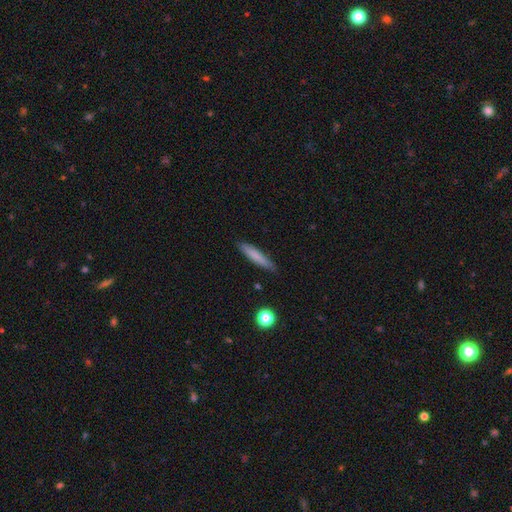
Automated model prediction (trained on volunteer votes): Overall: smooth (76%). How rounded: cigar-shaped (90%). Merging: none (84%).